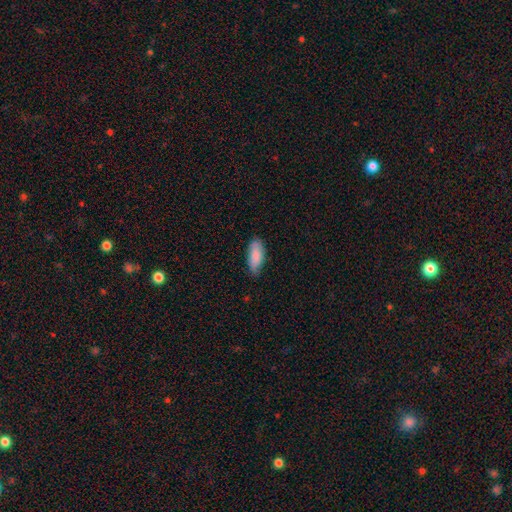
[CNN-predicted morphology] smooth 85%, featured or disk 9%, star or artifact 6%. Down the decision tree: how rounded — in between (83%); merging — none (72%).